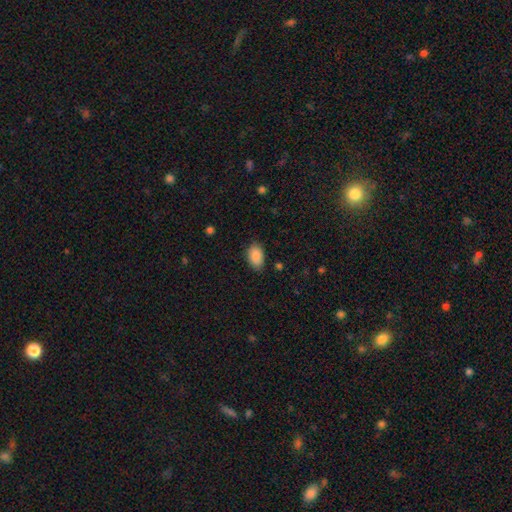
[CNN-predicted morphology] Smooth or featured? smooth (87%)
How rounded? in between (90%)
Merging? none (82%)